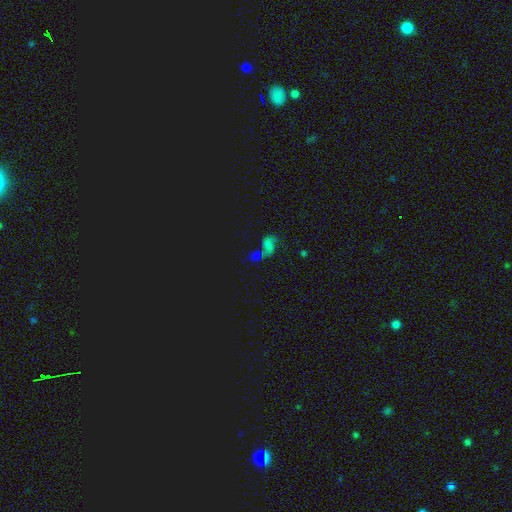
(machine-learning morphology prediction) This is possibly a star or artifact rather than a galaxy (50%).